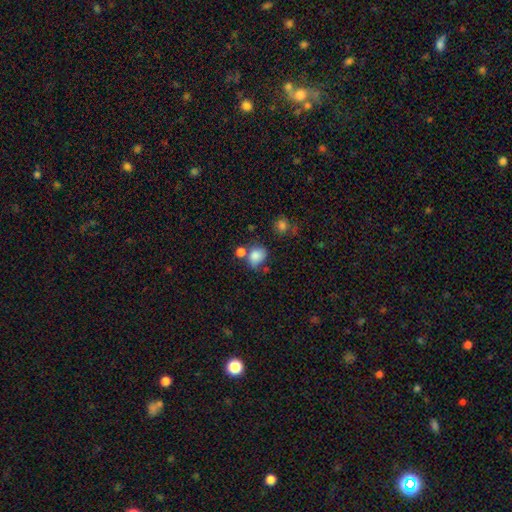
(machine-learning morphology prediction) Smooth or featured?
  - smooth: 81% *
  - star or artifact: 11%
  - featured or disk: 8%
How rounded?
  - round: 51% *
  - in between: 48%
  - cigar-shaped: 1%
Merging?
  - none: 47% *
  - merger: 26%
  - minor disturbance: 19%
  - major disturbance: 8%